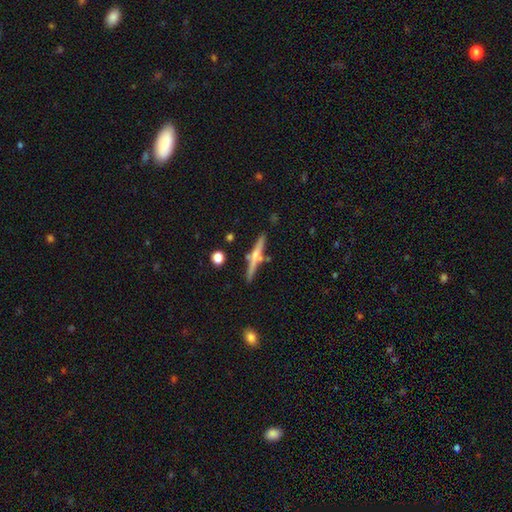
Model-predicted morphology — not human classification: Overall: featured or disk (58%; smooth 35%). Edge-on disk: yes (96%). Edge-on bulge: rounded (70%). Merging: none (77%).